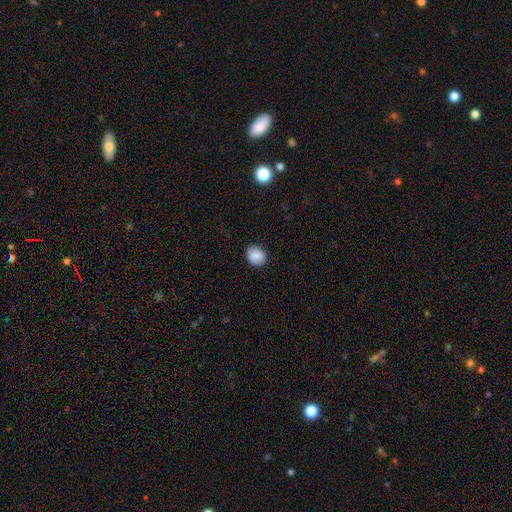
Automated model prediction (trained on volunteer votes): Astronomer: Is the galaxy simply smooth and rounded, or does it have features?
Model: smooth — 86%.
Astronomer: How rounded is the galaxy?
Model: round — 65%.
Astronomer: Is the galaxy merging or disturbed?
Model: none — 86%.